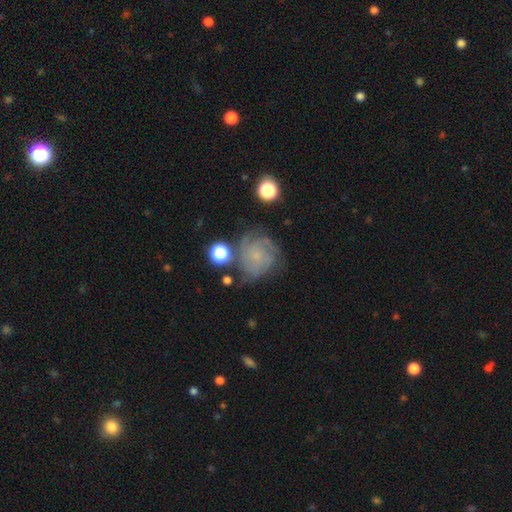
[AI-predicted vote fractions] Smooth or featured: featured or disk — 64% (smooth — 25%)
Edge-on disk: no — 98% (yes — 2%)
Bar: no — 79% (weak — 18%)
Spiral arms: yes — 88% (no — 12%)
Spiral winding: tight — 57% (medium — 32%)
Spiral arm count: can't tell — 39% (3 — 23%)
Bulge size: small — 65% (none — 21%)
Merging: none — 60% (minor disturbance — 21%)